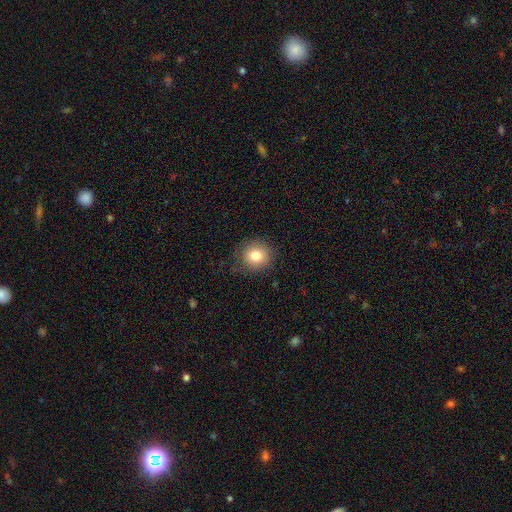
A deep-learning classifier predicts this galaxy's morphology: A smooth galaxy with no disk features (81%) that is round (88%).

Vote fractions:
- Smooth or featured? smooth: 81% / star or artifact: 10% / featured or disk: 9%
- How rounded? round: 88% / in between: 11% / cigar-shaped: 1%
- Merging? none: 83% / minor disturbance: 12% / major disturbance: 4% / merger: 1%